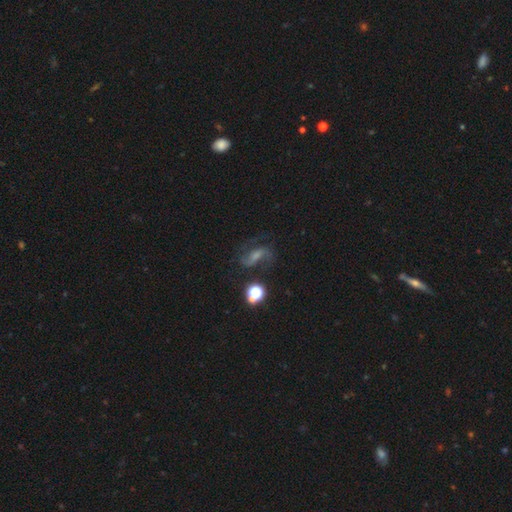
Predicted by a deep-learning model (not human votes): Smooth or featured?
  - featured or disk: 70% *
  - star or artifact: 15%
  - smooth: 15%
Edge-on disk?
  - no: 96% *
  - yes: 4%
Bar?
  - weak: 44% *
  - no: 29%
  - strong: 27%
Spiral arms?
  - yes: 94% *
  - no: 6%
Spiral winding?
  - medium: 45% *
  - loose: 44%
  - tight: 11%
Spiral arm count?
  - 2: 86% *
  - can't tell: 5%
  - 1: 5%
  - 3: 2%
  - 4: 1%
  - more than 4: 1%
Bulge size?
  - small: 38% *
  - moderate: 30%
  - none: 21%
  - large: 9%
  - dominant: 2%
Merging?
  - none: 63% *
  - minor disturbance: 17%
  - major disturbance: 16%
  - merger: 4%